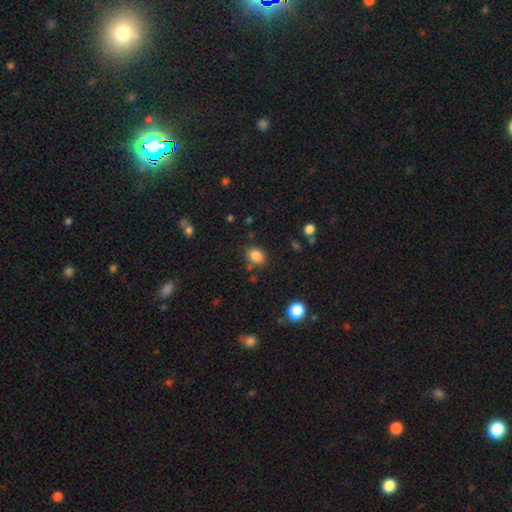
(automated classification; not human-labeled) This is clearly a smooth galaxy (85%). How rounded: likely in between (63%). Merging: likely none (79%).